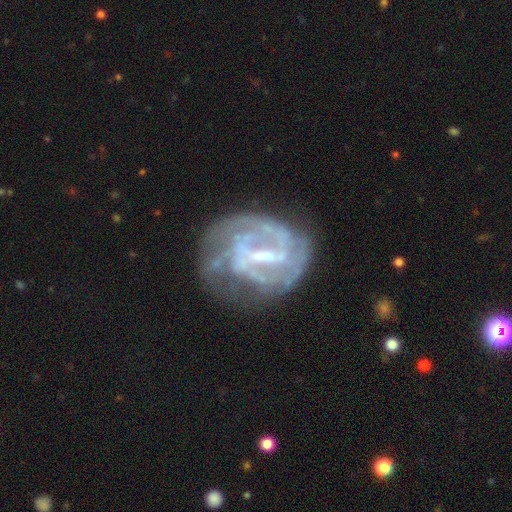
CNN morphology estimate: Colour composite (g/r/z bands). It shows a featured or disk galaxy (82%) with a strong bar (45%), tight (53%) spiral arms (78%) and a small central bulge (47%). Merging: none (52%).